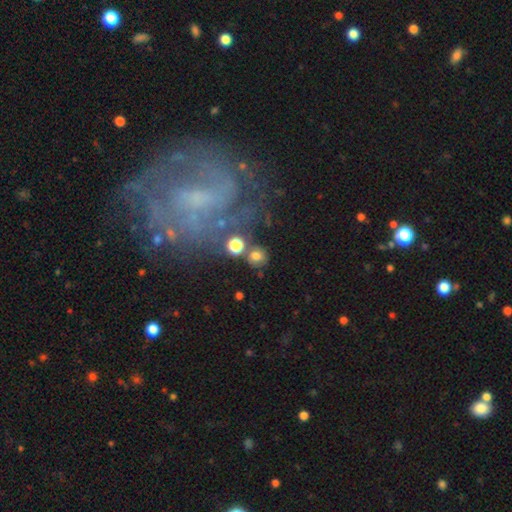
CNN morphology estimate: A smooth galaxy with no disk features (72%) that is round (89%).

Vote fractions:
- Smooth or featured? smooth: 72% / star or artifact: 16% / featured or disk: 12%
- How rounded? round: 89% / in between: 10% / cigar-shaped: 1%
- Merging? none: 77% / minor disturbance: 9% / merger: 9% / major disturbance: 5%